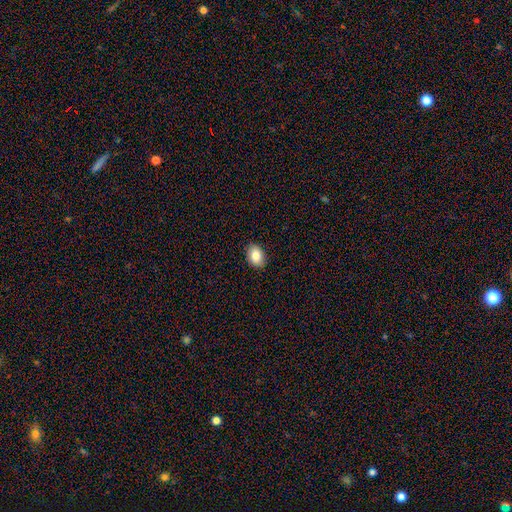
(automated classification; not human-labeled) Overall: smooth (86%). How rounded: in between (74%). Merging: none (89%).